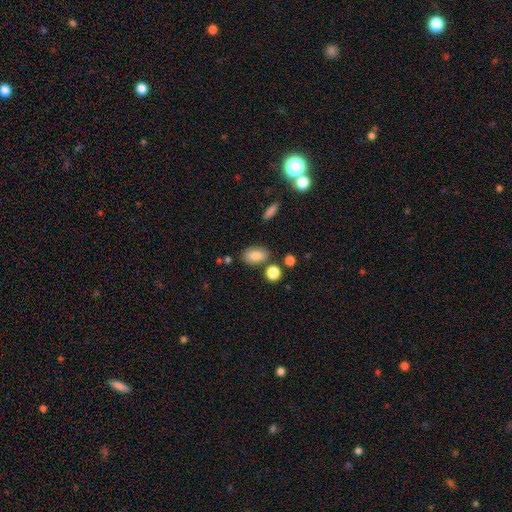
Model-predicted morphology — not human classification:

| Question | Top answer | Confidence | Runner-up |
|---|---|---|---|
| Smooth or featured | smooth | 83% | star or artifact (9%) |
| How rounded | in between | 88% | round (10%) |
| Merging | none | 76% | minor disturbance (13%) |